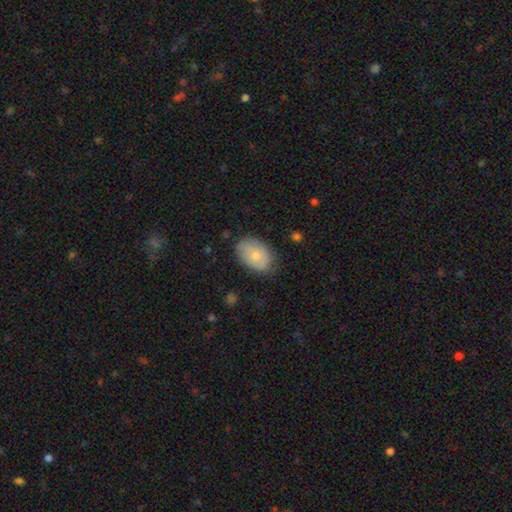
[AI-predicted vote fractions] Smooth or featured? Predicted: smooth (p=0.70). How rounded? Predicted: in between (p=0.87). Merging? Predicted: none (p=0.74).